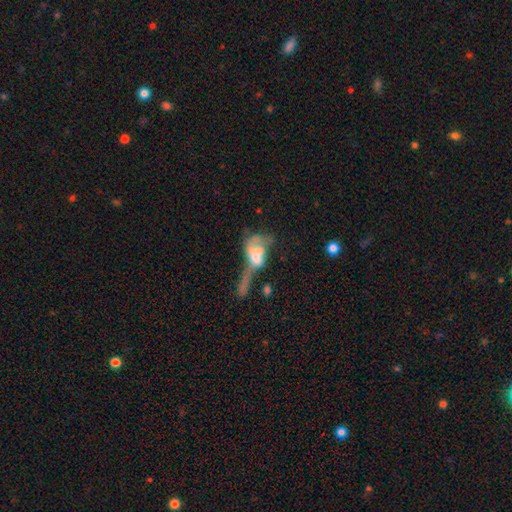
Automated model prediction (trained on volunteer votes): smooth_or_featured: featured or disk (p=0.47) [alt: smooth p=0.44]
merging: major disturbance (p=0.43) [alt: merger p=0.35]